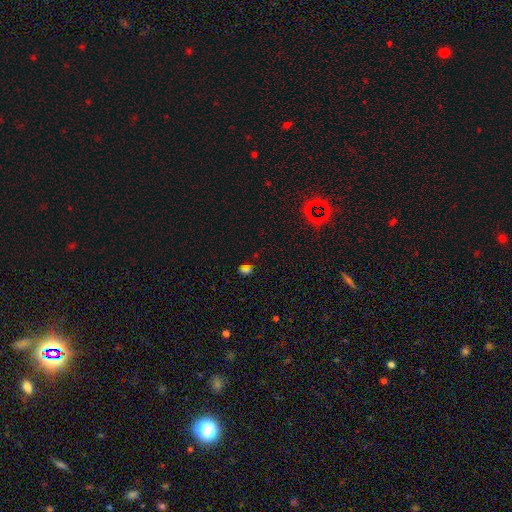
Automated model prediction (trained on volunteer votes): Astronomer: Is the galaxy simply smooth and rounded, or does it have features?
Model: star or artifact — 51% (runner-up: smooth, 40%).